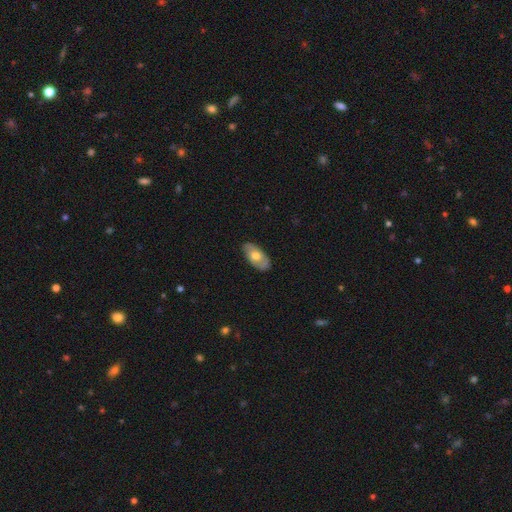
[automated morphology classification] type=smooth (58%); roundness=in between (93%); merging=none (84%).